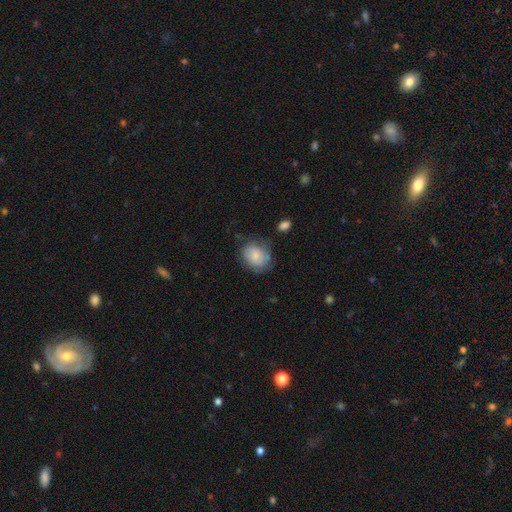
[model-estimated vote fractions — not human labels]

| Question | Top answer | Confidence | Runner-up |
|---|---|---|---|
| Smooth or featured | smooth | 77% | featured or disk (16%) |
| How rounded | round | 54% | in between (45%) |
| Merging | none | 62% | minor disturbance (25%) |